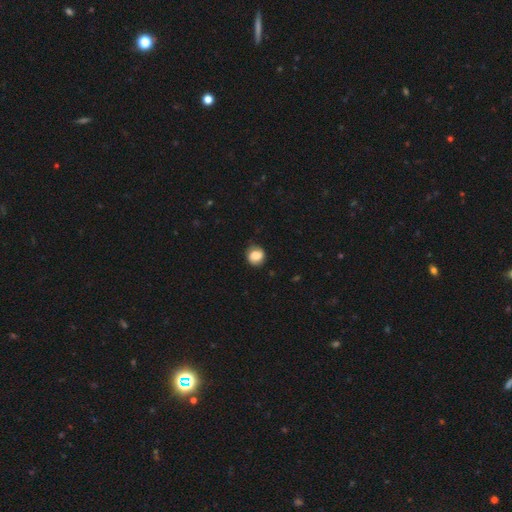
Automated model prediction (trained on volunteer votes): Smooth or featured?
  - smooth: 80% *
  - featured or disk: 12%
  - star or artifact: 9%
How rounded?
  - round: 81% *
  - in between: 18%
  - cigar-shaped: 1%
Merging?
  - none: 72% *
  - minor disturbance: 21%
  - major disturbance: 6%
  - merger: 1%